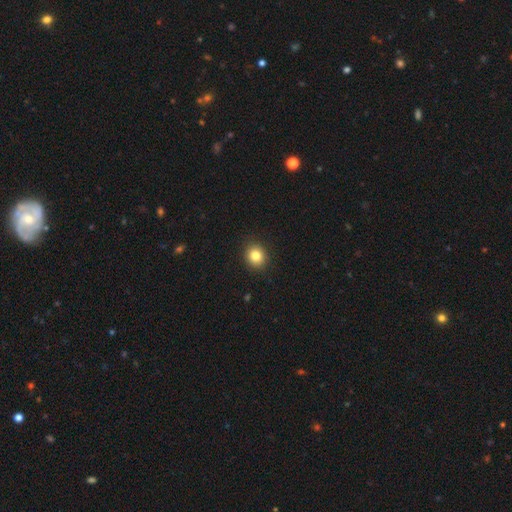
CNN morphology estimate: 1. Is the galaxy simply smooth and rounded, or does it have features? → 83% smooth, 10% star or artifact, 6% featured or disk.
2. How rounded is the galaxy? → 78% round, 21% in between, 1% cigar-shaped.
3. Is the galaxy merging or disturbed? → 91% none, 6% minor disturbance, 2% major disturbance, 1% merger.